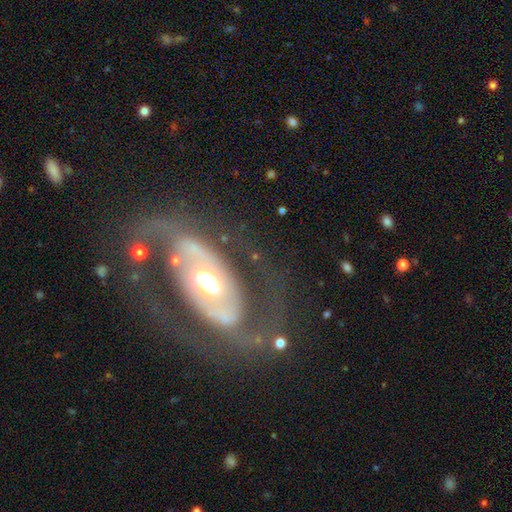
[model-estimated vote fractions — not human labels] Morphology: type=featured or disk (84%); edge-on=no (94%); bar=no (51%); spiral arms=yes (79%); winding=medium (46%); arm count=2 (85%); bulge=moderate (61%); merging=none (69%).